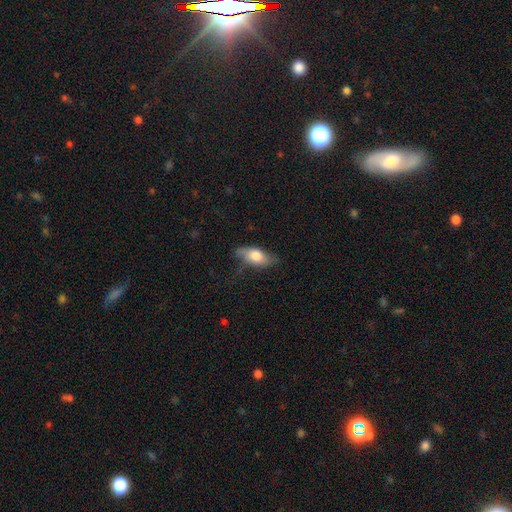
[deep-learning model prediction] smooth-or-featured: smooth: 70% | featured or disk: 24% | star or artifact: 6%
  how-rounded: in between: 80% | cigar-shaped: 16% | round: 4%
  merging: none: 66% | minor disturbance: 26% | major disturbance: 7% | merger: 1%